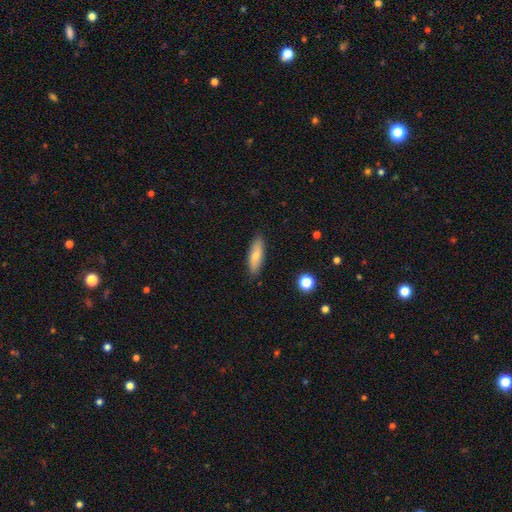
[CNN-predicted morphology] Smooth or featured?
  - smooth: 75% *
  - featured or disk: 18%
  - star or artifact: 6%
How rounded?
  - cigar-shaped: 50% *
  - in between: 48%
  - round: 2%
Merging?
  - none: 86% *
  - minor disturbance: 10%
  - major disturbance: 2%
  - merger: 1%